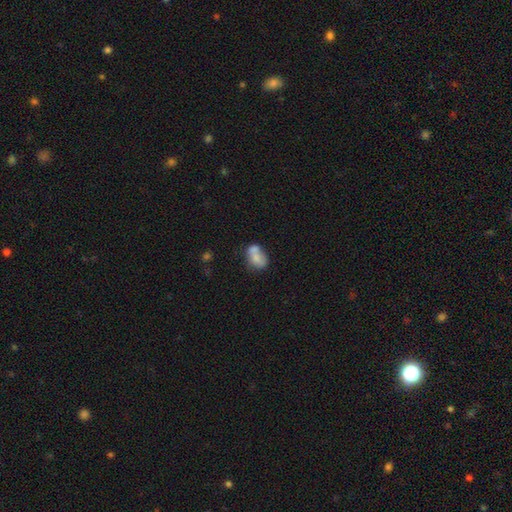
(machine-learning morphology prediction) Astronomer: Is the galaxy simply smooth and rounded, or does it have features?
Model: smooth — 67%.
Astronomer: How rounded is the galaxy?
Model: in between — 76%.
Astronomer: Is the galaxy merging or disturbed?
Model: merger — 46% (runner-up: none, 30%).